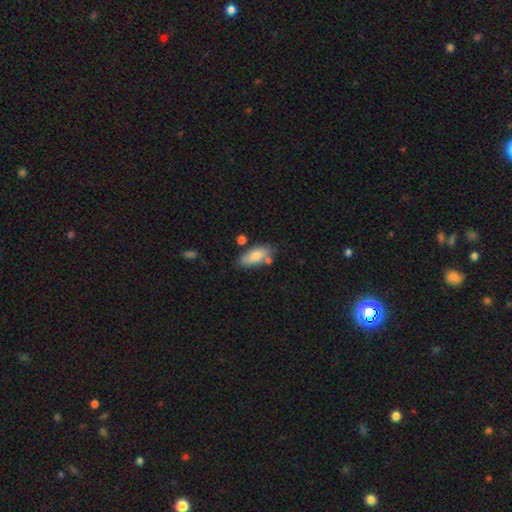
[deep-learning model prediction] A smooth galaxy with no disk features (80%) that is in between round and cigar-shaped (83%). Merging: none (69%).